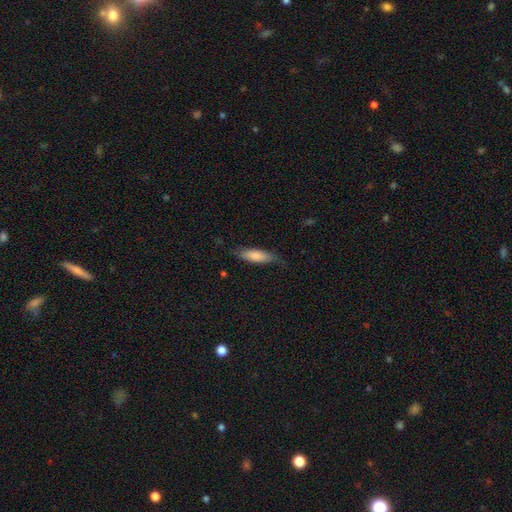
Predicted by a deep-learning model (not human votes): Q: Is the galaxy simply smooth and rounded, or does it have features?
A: smooth — 79%.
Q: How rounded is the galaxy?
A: in between — 49%, tied with cigar-shaped.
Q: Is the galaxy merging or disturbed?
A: none — 75%.